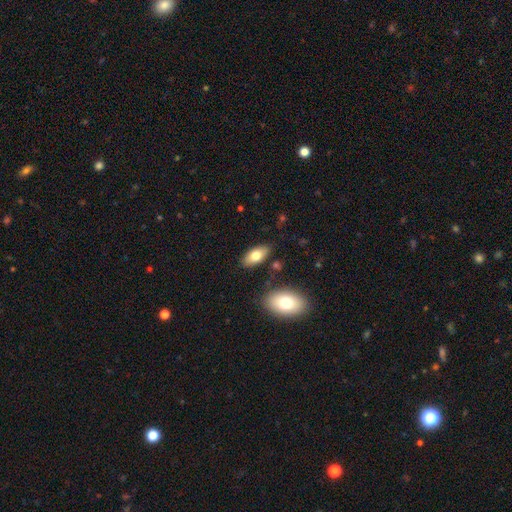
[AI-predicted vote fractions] smooth_or_featured: smooth (p=0.75) [alt: featured or disk p=0.18]
how_rounded: in between (p=0.91) [alt: cigar-shaped p=0.06]
merging: none (p=0.83) [alt: minor disturbance p=0.11]